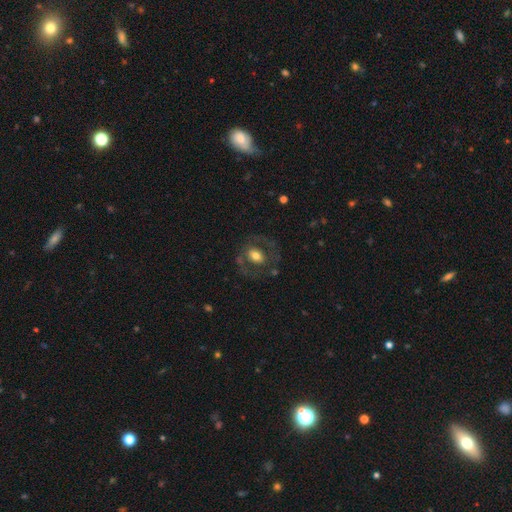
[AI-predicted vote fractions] The model was most divided on "smooth or featured": smooth: 52%, featured or disk: 40%, star or artifact: 8%. More confident: merging — none (69%); how rounded — in between (59%).